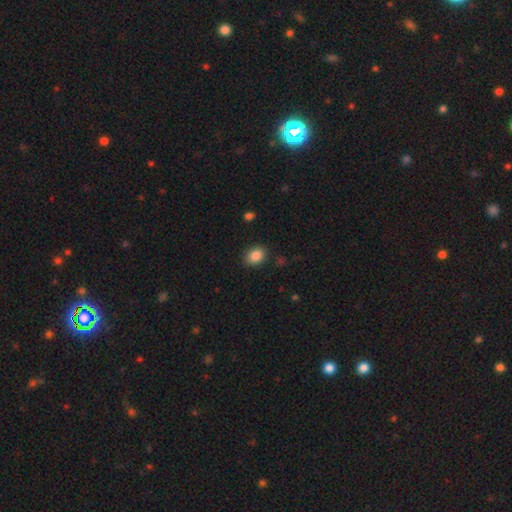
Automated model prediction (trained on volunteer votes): smooth_or_featured: smooth (p=0.86) [alt: star or artifact p=0.09]
how_rounded: in between (p=0.64) [alt: round p=0.35]
merging: none (p=0.87) [alt: minor disturbance p=0.09]